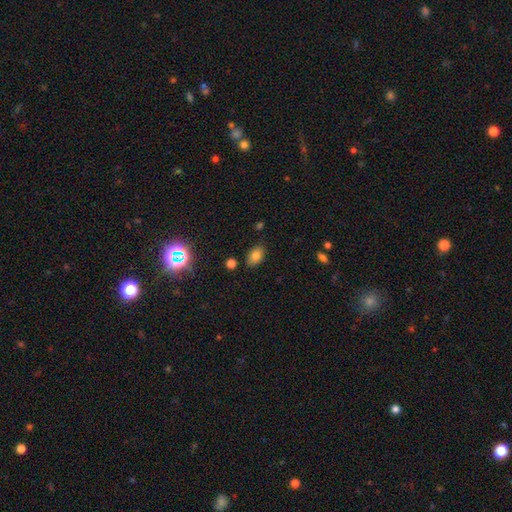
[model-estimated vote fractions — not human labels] smooth-or-featured: smooth: 78% | star or artifact: 13% | featured or disk: 9%
  how-rounded: in between: 87% | round: 12% | cigar-shaped: 1%
  merging: none: 82% | minor disturbance: 12% | merger: 3% | major disturbance: 3%